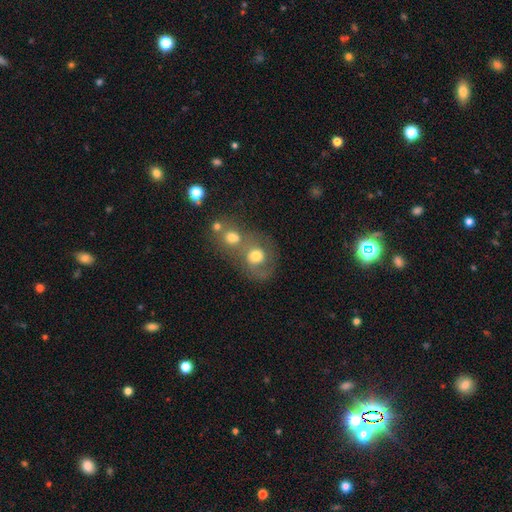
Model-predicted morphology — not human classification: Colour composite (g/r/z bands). It shows a smooth galaxy with no disk features (53%) that is round (71%). Merging: merger (46%).